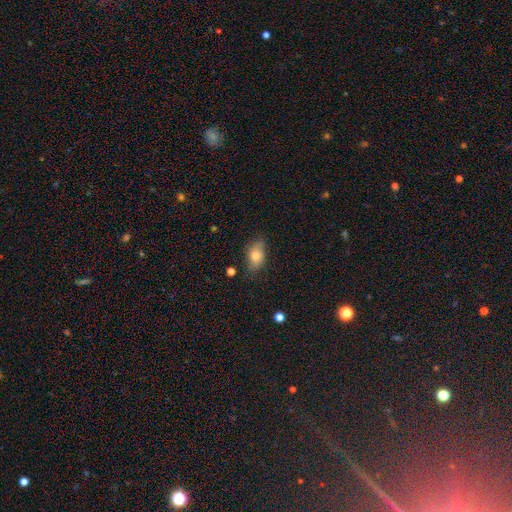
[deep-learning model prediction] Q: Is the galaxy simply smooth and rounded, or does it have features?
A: smooth — 74%.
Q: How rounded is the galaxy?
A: in between — 87%.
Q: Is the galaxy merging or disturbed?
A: none — 75%.